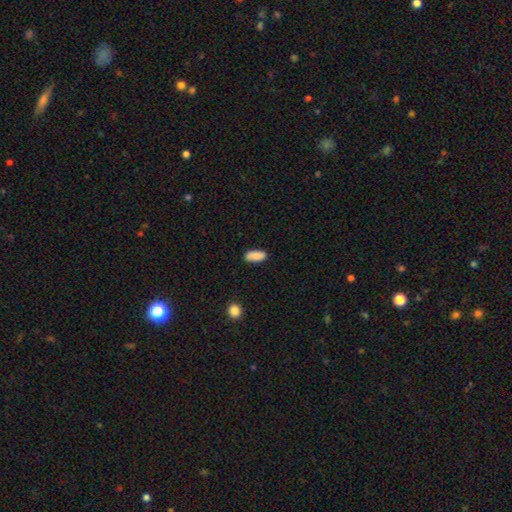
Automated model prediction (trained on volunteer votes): smooth 89%, star or artifact 7%, featured or disk 5%. Down the decision tree: how rounded — in between (86%); merging — none (85%).